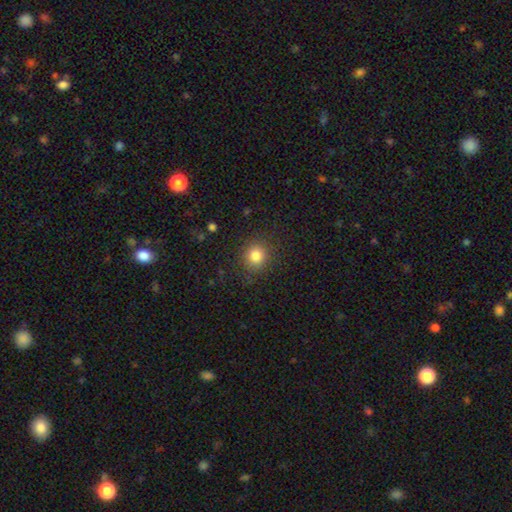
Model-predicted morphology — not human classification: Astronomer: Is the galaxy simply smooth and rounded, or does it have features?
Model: smooth — 82%.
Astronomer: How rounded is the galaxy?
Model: round — 84%.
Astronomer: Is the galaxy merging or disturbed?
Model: none — 87%.